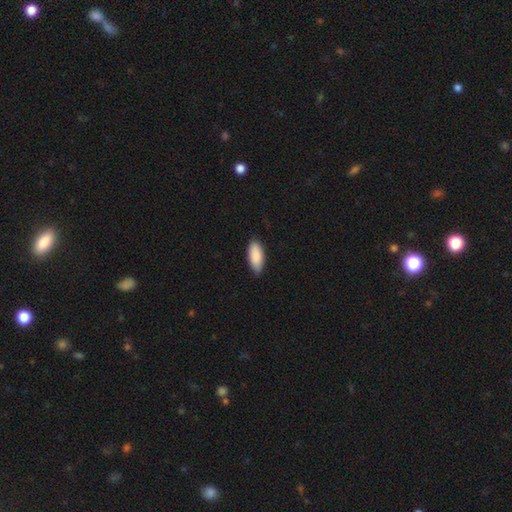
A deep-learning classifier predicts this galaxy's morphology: This is clearly a smooth galaxy (89%). How rounded: clearly in between (87%). Merging: clearly none (82%).